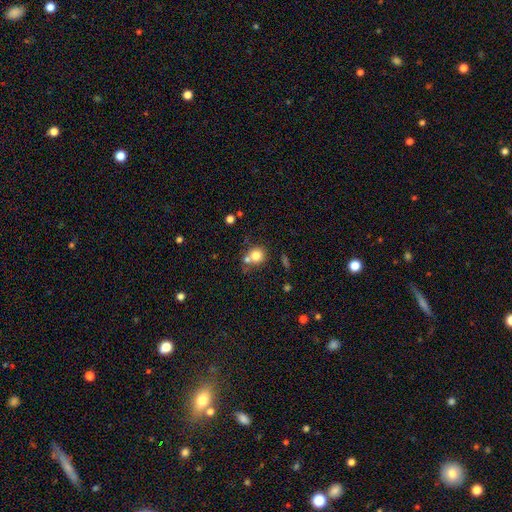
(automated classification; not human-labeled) The model was most divided on "merging": none: 50%, merger: 35%, minor disturbance: 11%, major disturbance: 5%. More confident: how rounded — round (84%); smooth or featured — smooth (78%).